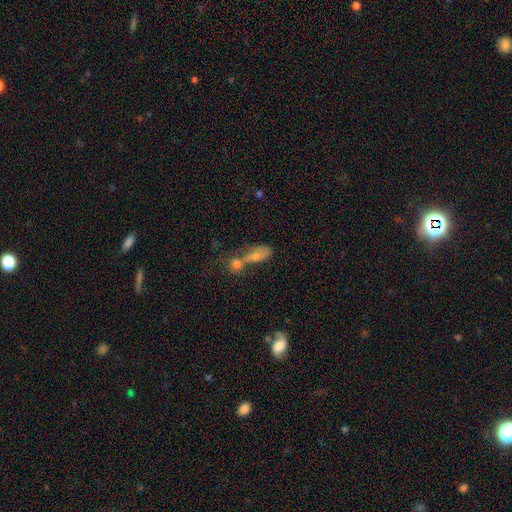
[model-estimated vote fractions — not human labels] Q: Smooth or featured?
A: smooth (49%); runner-up: featured or disk (33%)
Q: Merging?
A: merger (52%); runner-up: none (27%)